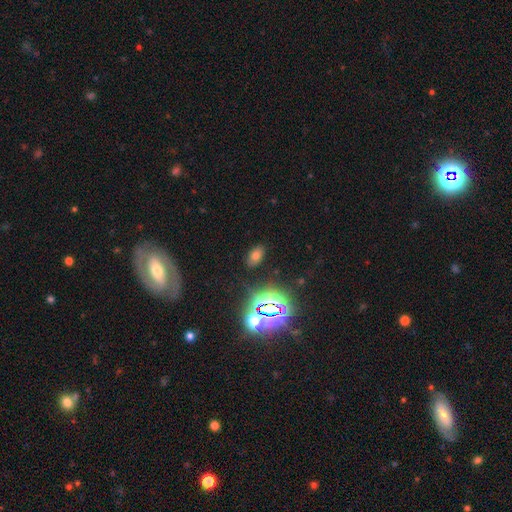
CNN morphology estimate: Overall: smooth (60%; star or artifact 31%). How rounded: in between (89%). Merging: none (85%).